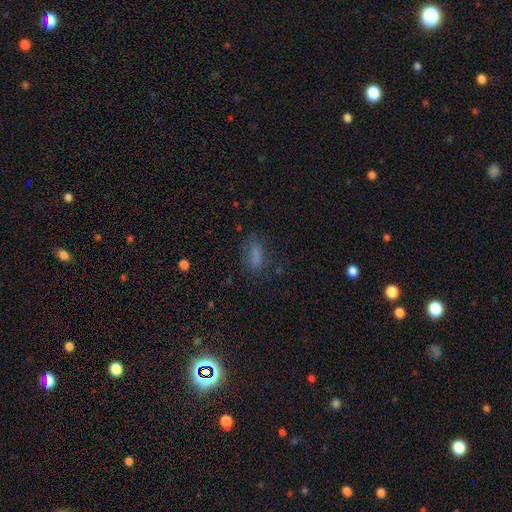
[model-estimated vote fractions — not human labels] Smooth or featured?
  - smooth: 76% *
  - star or artifact: 14%
  - featured or disk: 10%
How rounded?
  - in between: 69% *
  - cigar-shaped: 26%
  - round: 5%
Merging?
  - none: 70% *
  - minor disturbance: 18%
  - major disturbance: 10%
  - merger: 2%